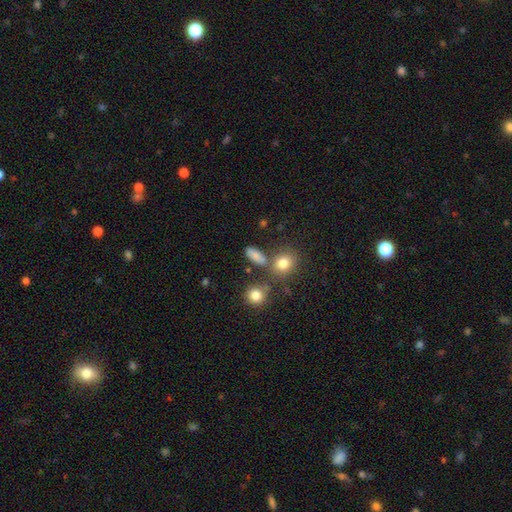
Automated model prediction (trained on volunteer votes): smooth-or-featured: smooth: 80% | star or artifact: 12% | featured or disk: 8%
  how-rounded: in between: 62% | round: 25% | cigar-shaped: 13%
  merging: none: 72% | minor disturbance: 12% | merger: 11% | major disturbance: 5%